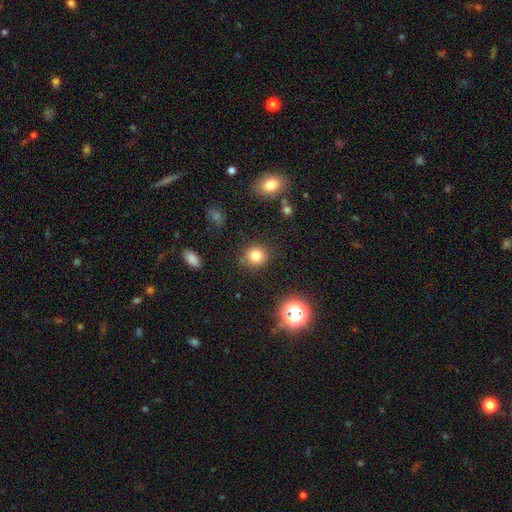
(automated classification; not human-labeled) smooth_or_featured: smooth (p=0.80) [alt: star or artifact p=0.13]
how_rounded: round (p=0.89) [alt: in between p=0.10]
merging: none (p=0.87) [alt: minor disturbance p=0.08]